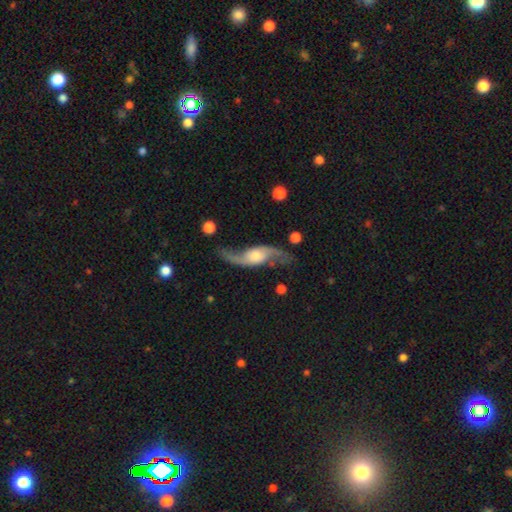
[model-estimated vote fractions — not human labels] A featured or disk galaxy (86%) with no bar (60%), 2 (93%) loose (87%) spiral arms (96%) and a moderate central bulge (50%). Merging: none (69%).